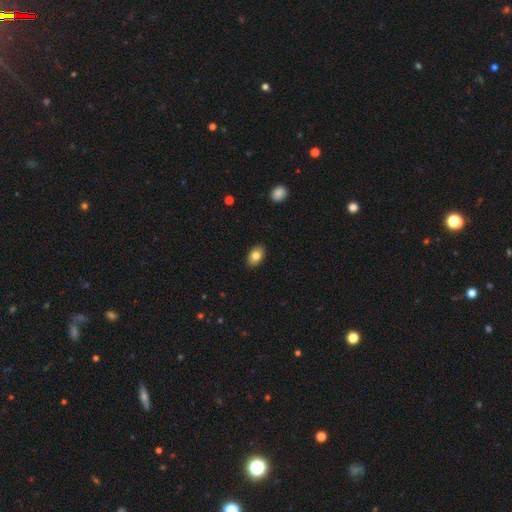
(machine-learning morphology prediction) Overall: smooth (82%). How rounded: in between (87%). Merging: none (89%).